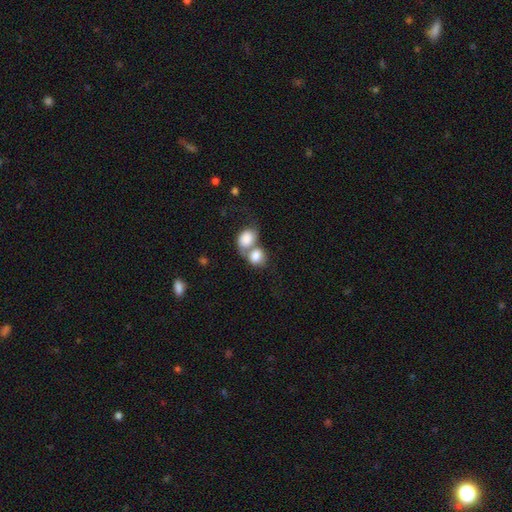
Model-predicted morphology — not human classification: smooth 78%, featured or disk 15%, star or artifact 7%. Down the decision tree: how rounded — round (51%); merging — merger (75%).